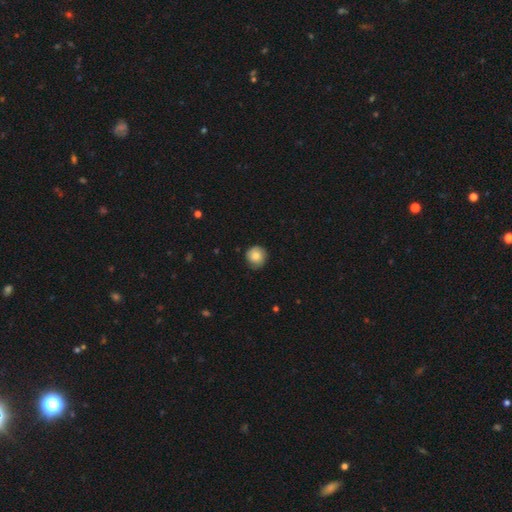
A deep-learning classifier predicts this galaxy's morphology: This appears to be a smooth galaxy with no disk features (78%) that is round (92%). Merging: none (81%).